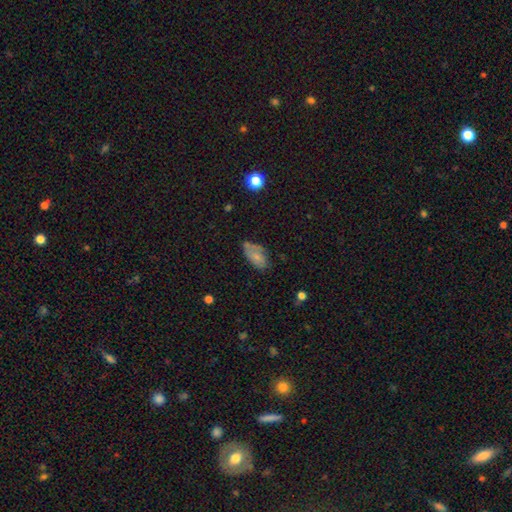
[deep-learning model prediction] Overall: smooth (65%; featured or disk 25%). How rounded: in between (92%). Merging: none (53%; minor disturbance 32%).